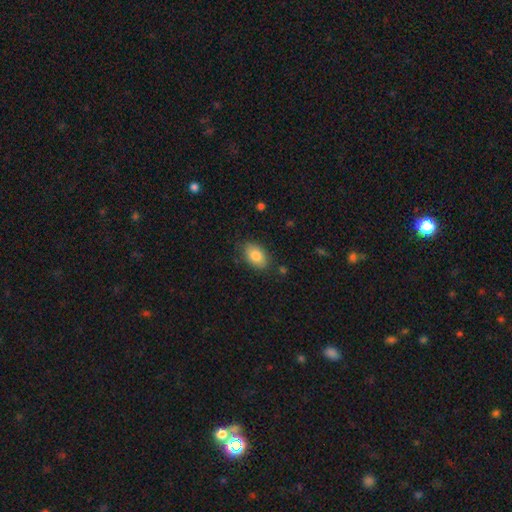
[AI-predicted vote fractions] This appears to be a smooth galaxy with no disk features (83%) that is in between round and cigar-shaped (89%). Merging: none (80%).